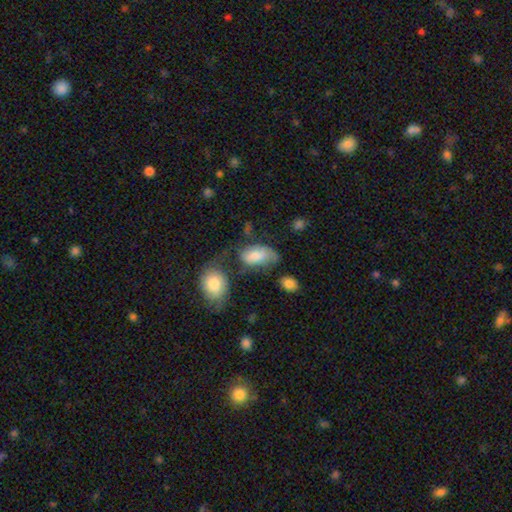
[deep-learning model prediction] Morphology: type=smooth (73%); roundness=in between (93%); merging=none (34%).